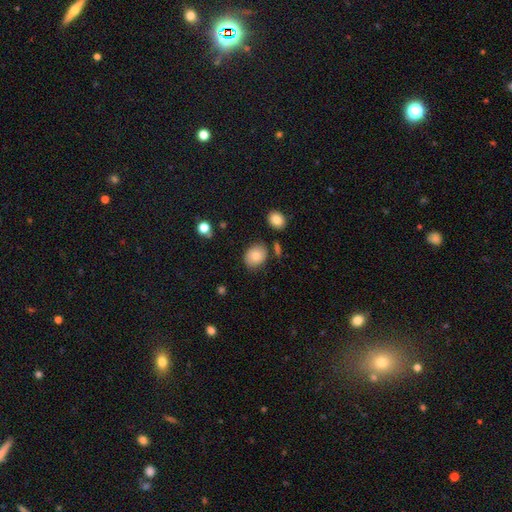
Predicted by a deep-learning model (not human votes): This appears to be a smooth galaxy with no disk features (81%) that is in between round and cigar-shaped (54%). Merging: none (78%).